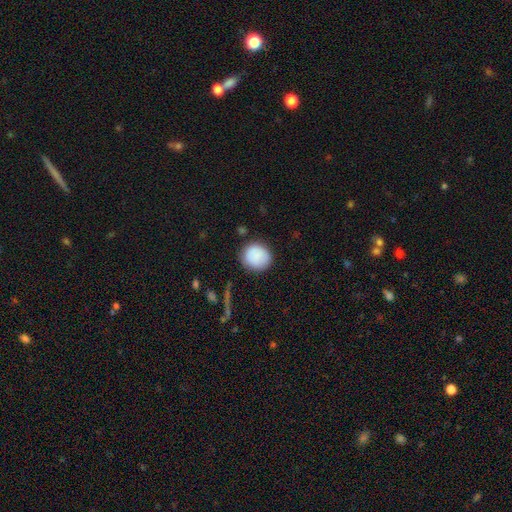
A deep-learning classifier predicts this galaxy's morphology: smooth_or_featured: smooth (p=0.88) [alt: star or artifact p=0.07]
how_rounded: round (p=0.85) [alt: in between p=0.14]
merging: none (p=0.84) [alt: minor disturbance p=0.12]